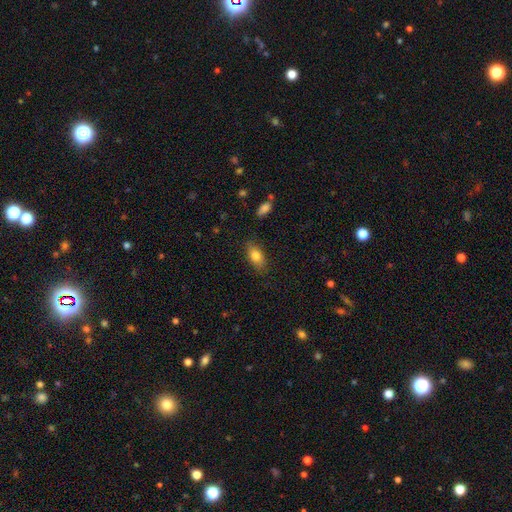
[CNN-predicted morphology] smooth 81%, featured or disk 11%, star or artifact 8%. Down the decision tree: how rounded — in between (87%); merging — none (82%).